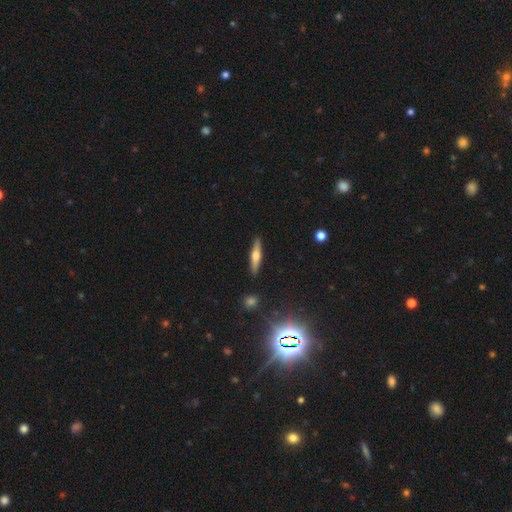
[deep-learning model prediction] Morphology: type=featured or disk (49%); merging=none (90%).